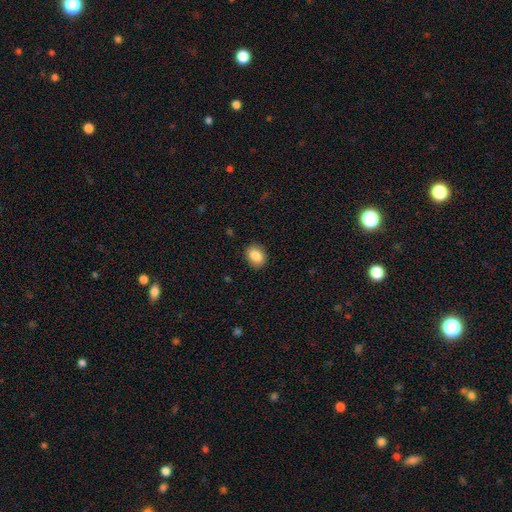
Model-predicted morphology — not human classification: This is clearly a smooth galaxy (87%). How rounded: likely in between (65%). Merging: clearly none (89%).